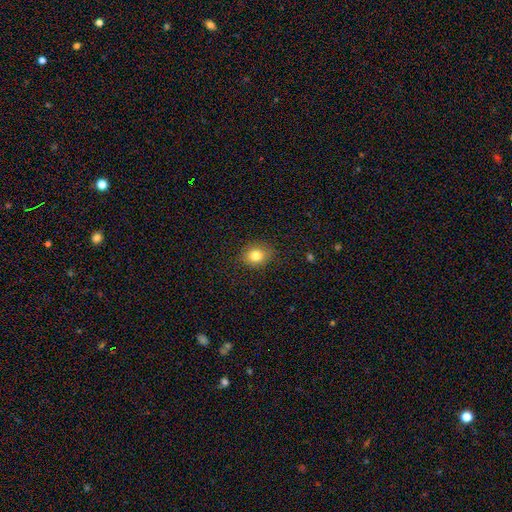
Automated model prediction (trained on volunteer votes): This is clearly a smooth galaxy (81%). How rounded: possibly round (59%). Merging: clearly none (87%).